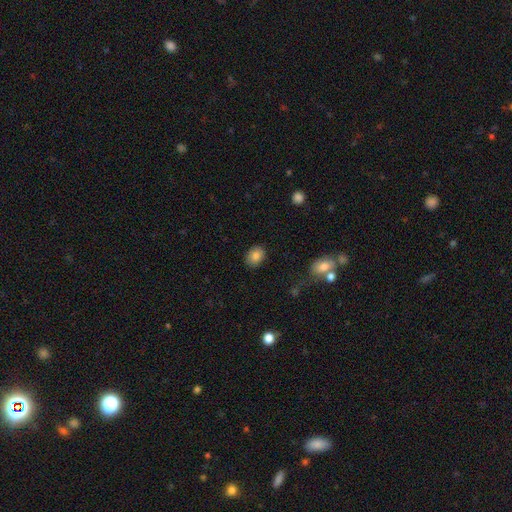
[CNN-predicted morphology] Smooth or featured: smooth — 84% (star or artifact — 9%)
How rounded: in between — 62% (round — 37%)
Merging: none — 86% (minor disturbance — 10%)